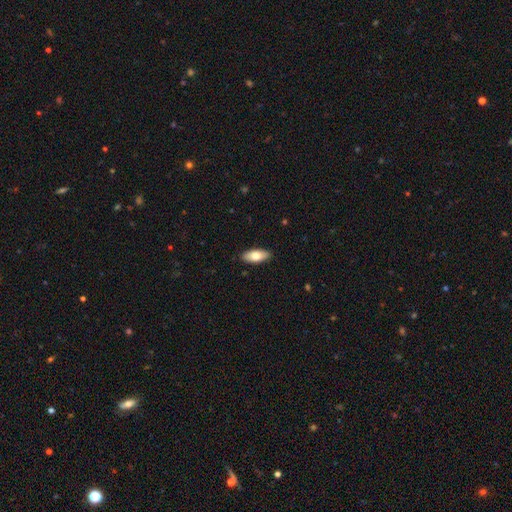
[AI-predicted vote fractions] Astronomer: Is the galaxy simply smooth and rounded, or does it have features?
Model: smooth — 76%.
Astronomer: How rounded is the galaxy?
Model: in between — 85%.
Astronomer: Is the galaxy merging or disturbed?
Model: none — 89%.